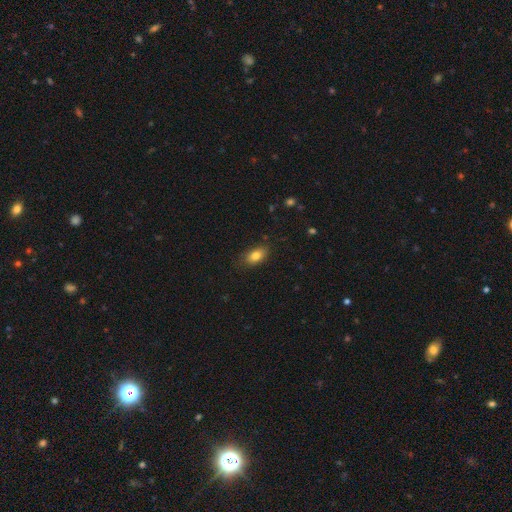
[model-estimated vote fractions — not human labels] A smooth galaxy with no disk features (81%) that is in between round and cigar-shaped (88%). Merging: none (80%).